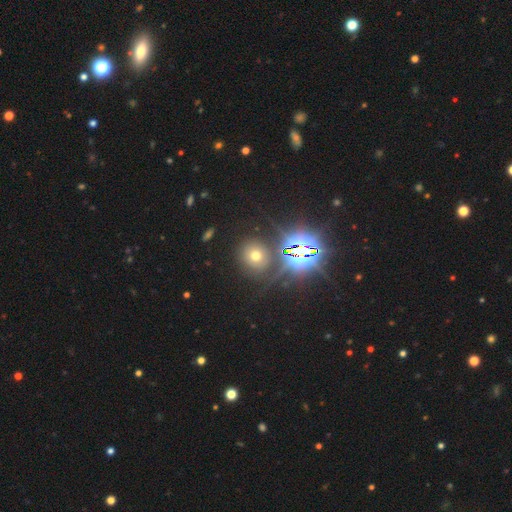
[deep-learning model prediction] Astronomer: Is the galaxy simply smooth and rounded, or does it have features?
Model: smooth — 54% (runner-up: star or artifact, 33%).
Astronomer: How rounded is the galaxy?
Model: round — 82%.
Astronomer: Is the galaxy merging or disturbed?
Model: none — 81%.